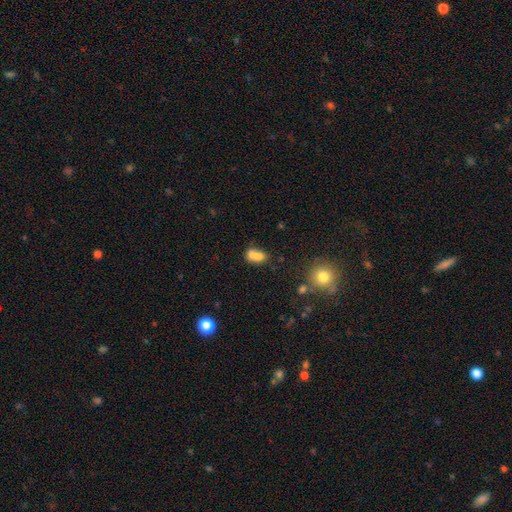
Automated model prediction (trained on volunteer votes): Smooth or featured? smooth (73%)
How rounded? in between (62%)
Merging? merger (61%)